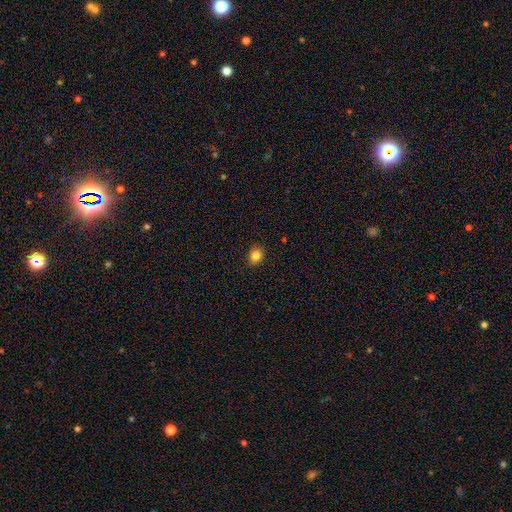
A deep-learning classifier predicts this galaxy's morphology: smooth-or-featured: smooth: 84% | star or artifact: 11% | featured or disk: 5%
  how-rounded: round: 57% | in between: 42% | cigar-shaped: 1%
  merging: none: 87% | minor disturbance: 10% | major disturbance: 2% | merger: 1%